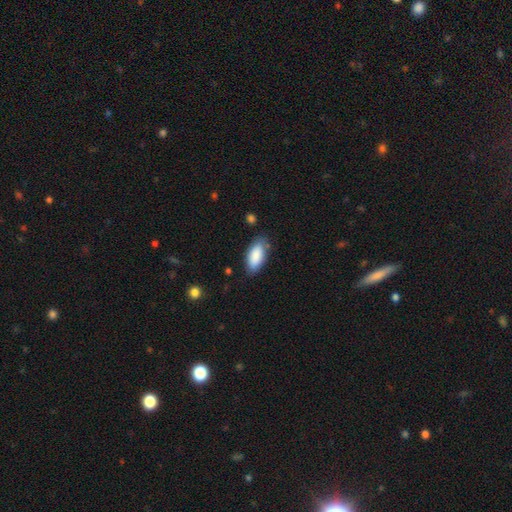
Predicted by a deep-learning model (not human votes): A smooth galaxy with no disk features (88%) that is in between round and cigar-shaped (90%). Merging: none (80%).